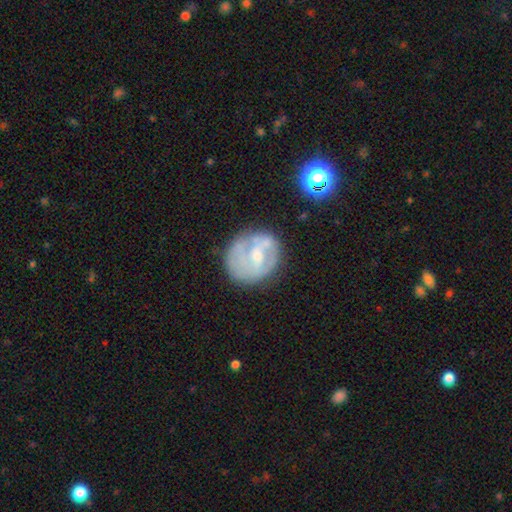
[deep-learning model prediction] Q: Smooth or featured?
A: featured or disk (59%); runner-up: smooth (33%)
Q: Edge-on disk?
A: no (97%); runner-up: yes (3%)
Q: Bar?
A: no (46%); runner-up: weak (42%)
Q: Spiral arms?
A: no (55%); runner-up: yes (45%)
Q: Bulge size?
A: small (44%); runner-up: moderate (41%)
Q: Merging?
A: none (63%); runner-up: minor disturbance (22%)